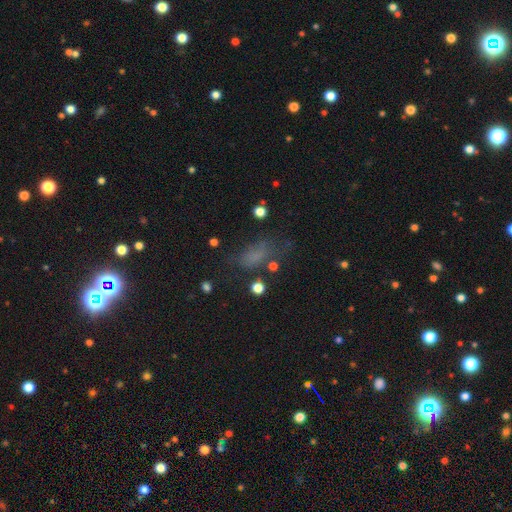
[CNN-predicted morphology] This appears to be a smooth galaxy with no disk features (59%) that is in between round and cigar-shaped (80%). Merging: none (48%).